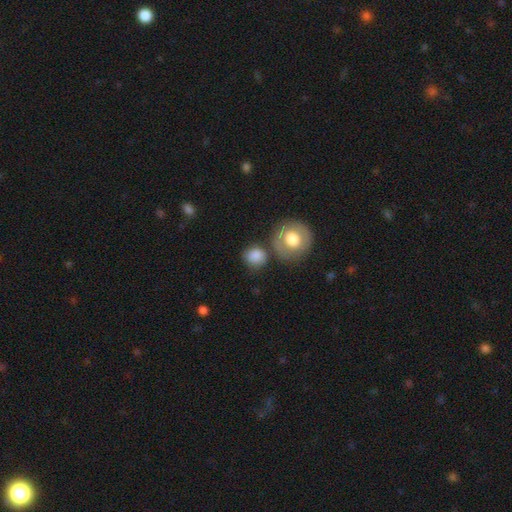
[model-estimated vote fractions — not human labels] smooth 83%, featured or disk 9%, star or artifact 8%. Down the decision tree: how rounded — round (85%); merging — none (69%).